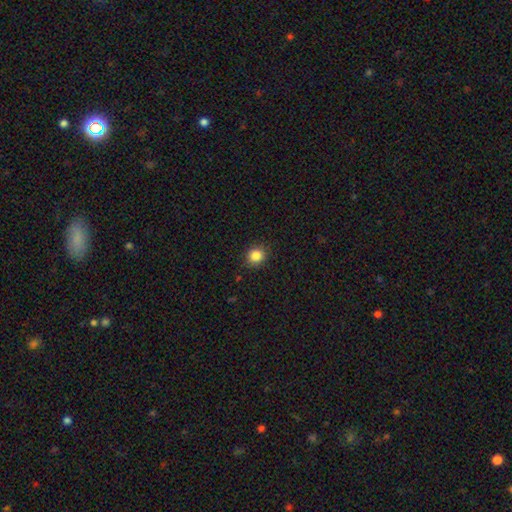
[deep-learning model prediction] Smooth or featured?
  - smooth: 85% *
  - star or artifact: 11%
  - featured or disk: 4%
How rounded?
  - round: 84% *
  - in between: 15%
  - cigar-shaped: 1%
Merging?
  - none: 89% *
  - minor disturbance: 8%
  - major disturbance: 2%
  - merger: 1%